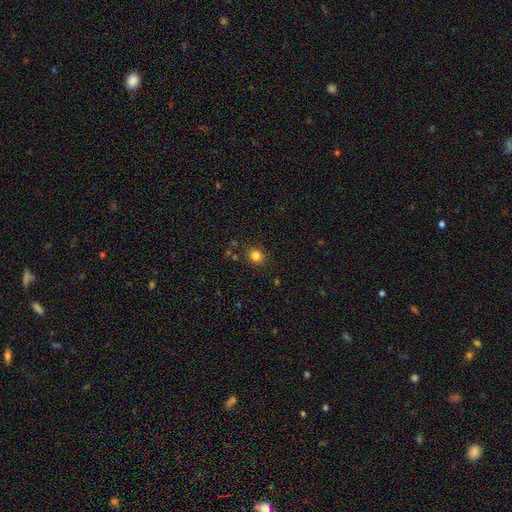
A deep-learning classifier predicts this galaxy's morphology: Q: Smooth or featured?
A: smooth (82%); runner-up: star or artifact (13%)
Q: How rounded?
A: round (84%); runner-up: in between (15%)
Q: Merging?
A: none (86%); runner-up: minor disturbance (8%)